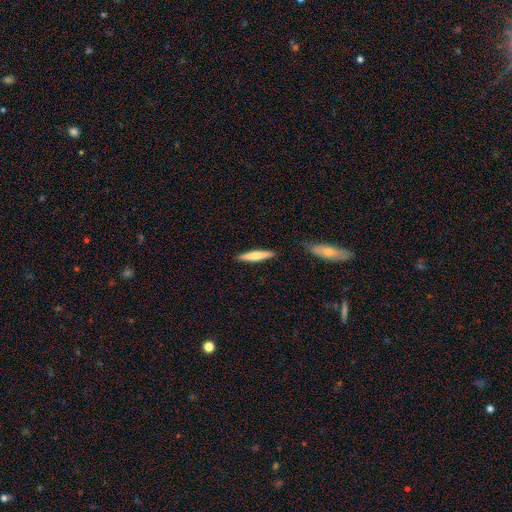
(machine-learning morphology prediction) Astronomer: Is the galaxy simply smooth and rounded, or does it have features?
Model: smooth — 63%.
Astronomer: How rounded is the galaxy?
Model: cigar-shaped — 91%.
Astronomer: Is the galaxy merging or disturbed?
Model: none — 89%.